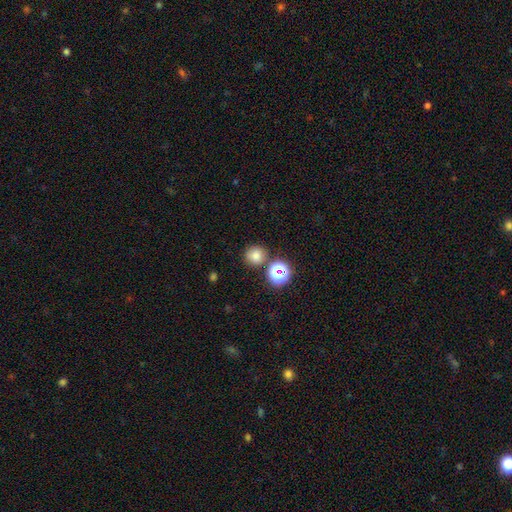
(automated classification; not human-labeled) A smooth galaxy with no disk features (75%) that is round (89%). Merging: none (78%).